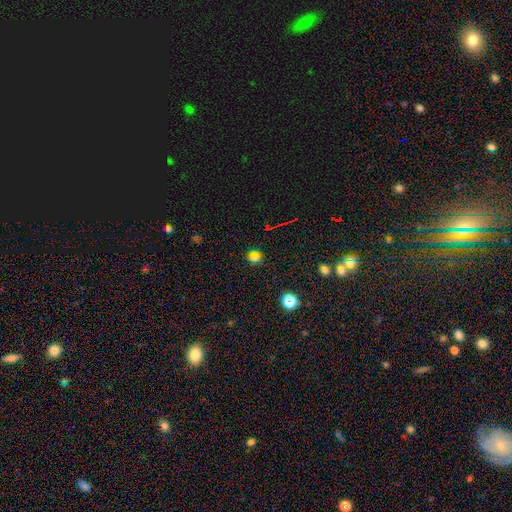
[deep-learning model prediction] Smooth or featured? smooth (50%)
Merging? none (82%)